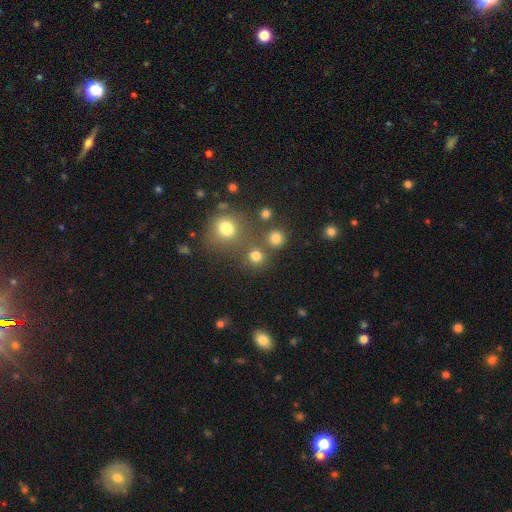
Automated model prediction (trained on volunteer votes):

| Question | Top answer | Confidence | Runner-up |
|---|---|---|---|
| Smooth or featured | smooth | 78% | star or artifact (16%) |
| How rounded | round | 90% | in between (9%) |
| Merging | none | 71% | merger (18%) |